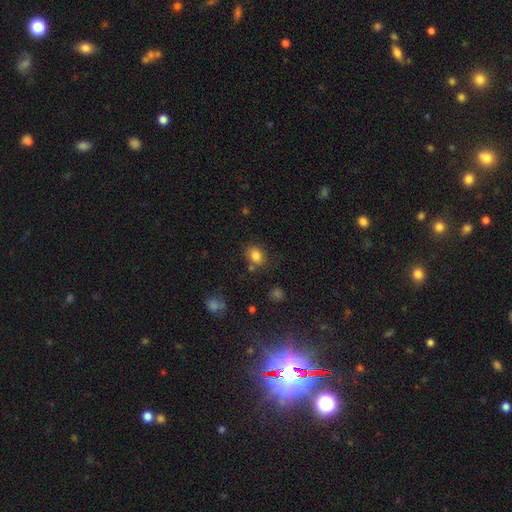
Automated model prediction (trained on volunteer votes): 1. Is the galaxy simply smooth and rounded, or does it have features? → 82% smooth, 11% star or artifact, 7% featured or disk.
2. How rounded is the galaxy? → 52% round, 47% in between, 1% cigar-shaped.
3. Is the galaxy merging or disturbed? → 72% none, 16% minor disturbance, 8% merger, 5% major disturbance.